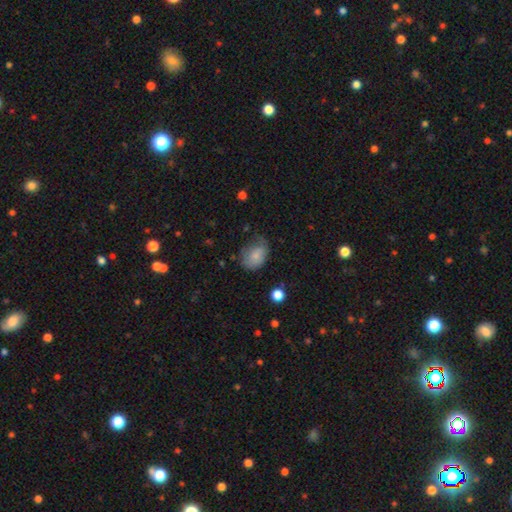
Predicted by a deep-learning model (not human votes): This appears to be a smooth galaxy with no disk features (80%) that is in between round and cigar-shaped (76%). Merging: none (48%).